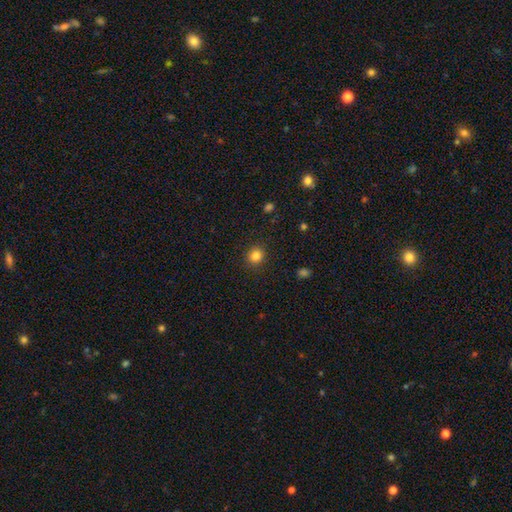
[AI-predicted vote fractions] The model was most divided on "smooth or featured": smooth: 83%, star or artifact: 12%, featured or disk: 5%. More confident: merging — none (90%); how rounded — round (86%).